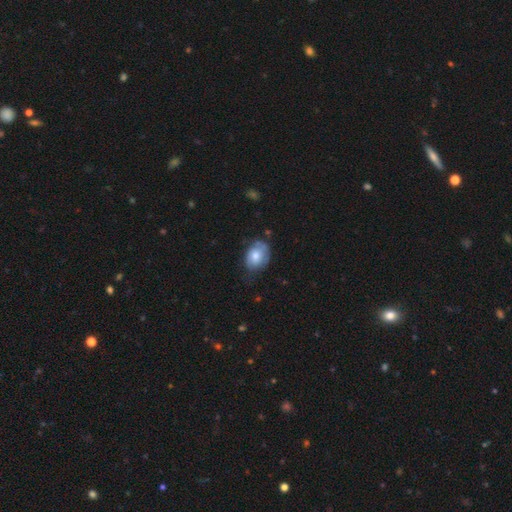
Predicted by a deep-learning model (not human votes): Morphology: type=smooth (61%); roundness=in between (72%); merging=none (53%).